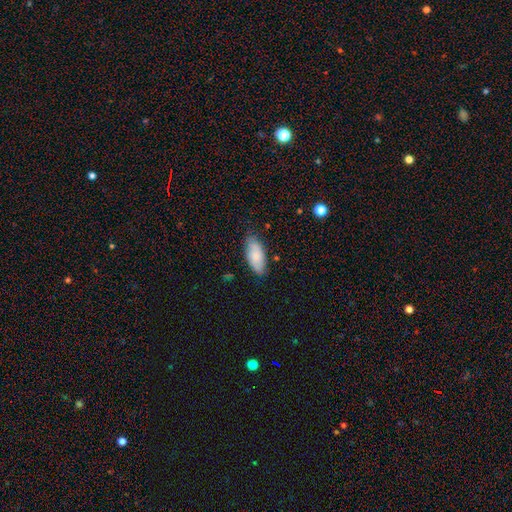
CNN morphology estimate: Smooth or featured: smooth — 76% (featured or disk — 17%)
How rounded: in between — 89% (cigar-shaped — 9%)
Merging: none — 77% (minor disturbance — 18%)